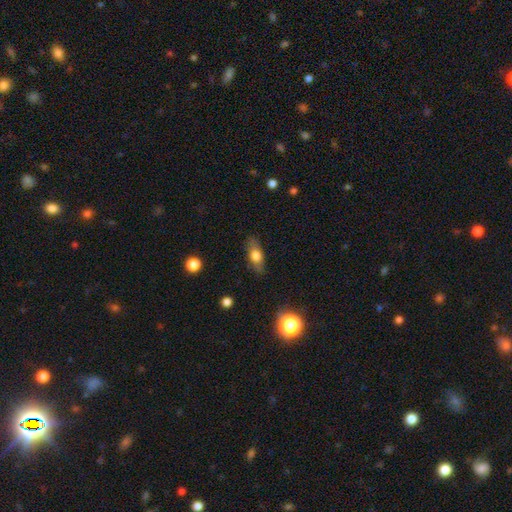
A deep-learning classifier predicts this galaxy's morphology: The model was most divided on "smooth or featured": smooth: 68%, featured or disk: 23%, star or artifact: 8%. More confident: merging — none (81%); how rounded — in between (72%).